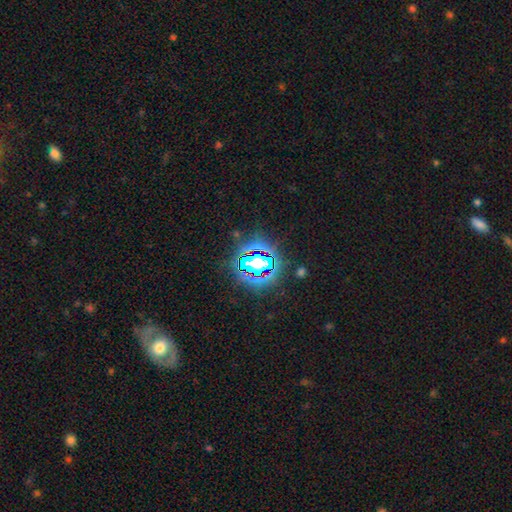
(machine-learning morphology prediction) type=star or artifact (76%).